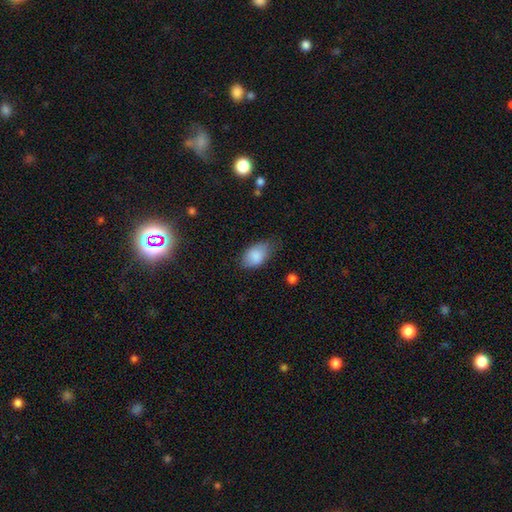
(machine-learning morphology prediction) Smooth or featured? smooth (86%)
How rounded? in between (91%)
Merging? none (59%)